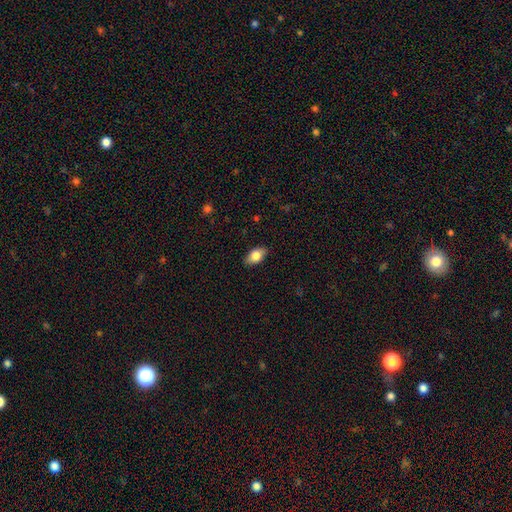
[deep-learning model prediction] smooth_or_featured: smooth (p=0.80) [alt: featured or disk p=0.13]
how_rounded: in between (p=0.91) [alt: round p=0.06]
merging: none (p=0.87) [alt: minor disturbance p=0.10]